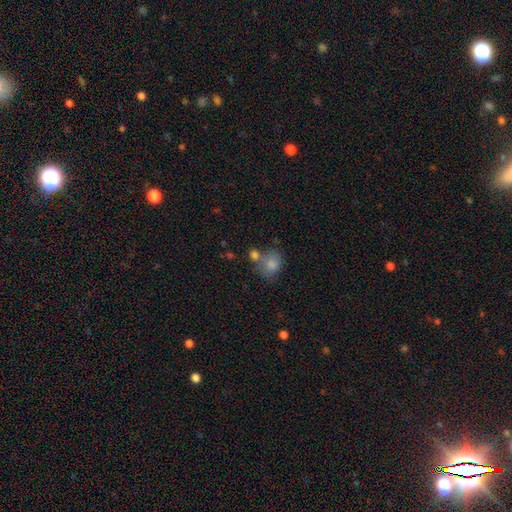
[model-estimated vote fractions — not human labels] This appears to be a smooth galaxy with no disk features (77%) that is round (60%). Merging: none (52%).